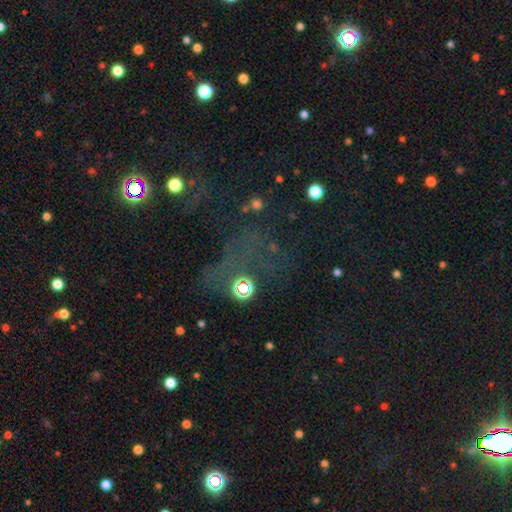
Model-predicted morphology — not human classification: Overall: star or artifact (61%; smooth 25%).